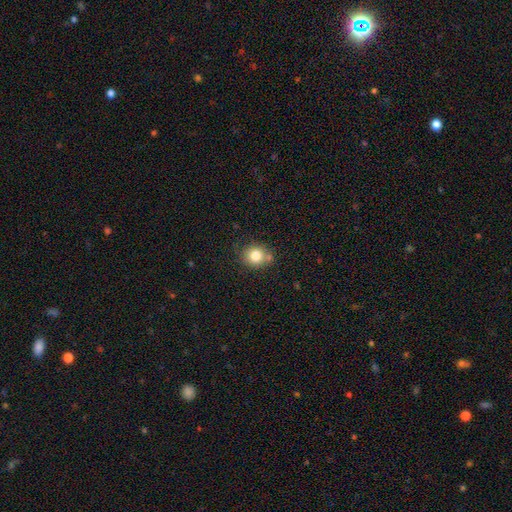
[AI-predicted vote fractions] smooth 79%, star or artifact 11%, featured or disk 10%. Down the decision tree: how rounded — round (81%); merging — none (68%).